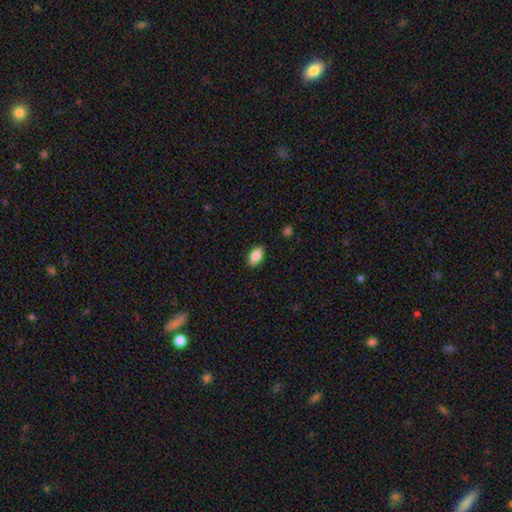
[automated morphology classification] Overall: smooth (84%). How rounded: in between (91%). Merging: none (88%).